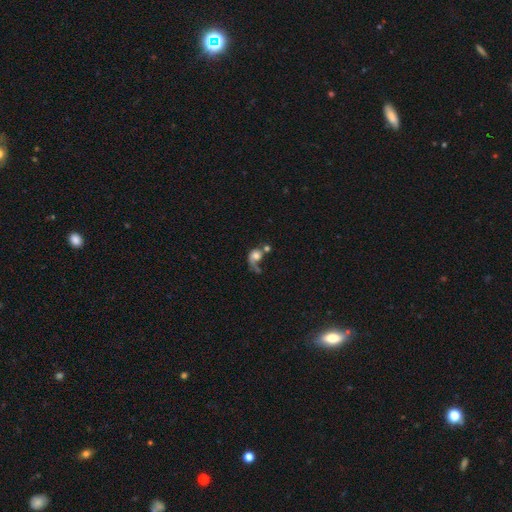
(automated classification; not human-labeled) smooth 54%, featured or disk 35%, star or artifact 11%. Down the decision tree: how rounded — round (54%); merging — major disturbance (39%).